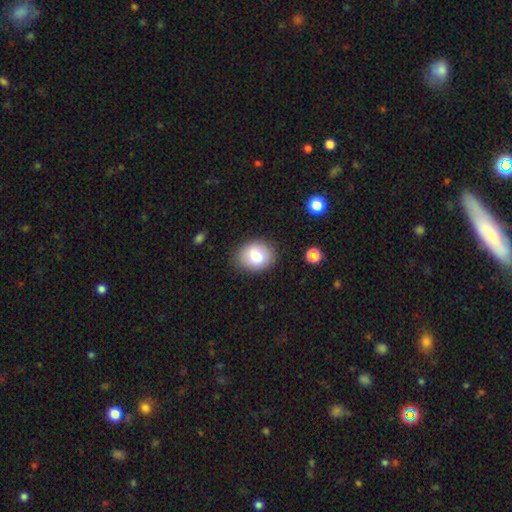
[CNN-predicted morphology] This appears to be a smooth galaxy with no disk features (79%) that is in between round and cigar-shaped (58%). Merging: none (83%).